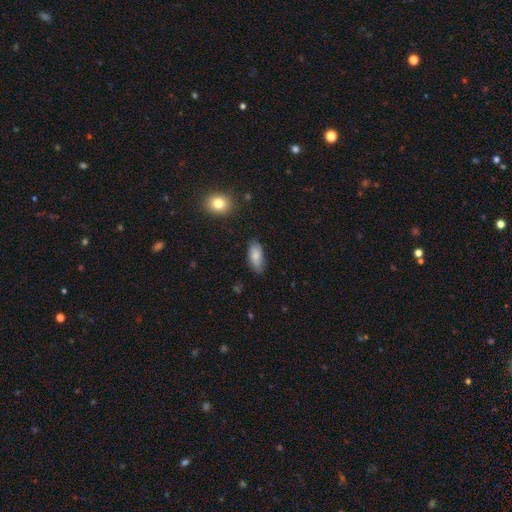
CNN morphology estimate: Smooth or featured?
  - smooth: 80% *
  - featured or disk: 13%
  - star or artifact: 7%
How rounded?
  - in between: 87% *
  - cigar-shaped: 11%
  - round: 3%
Merging?
  - none: 74% *
  - minor disturbance: 21%
  - major disturbance: 4%
  - merger: 2%